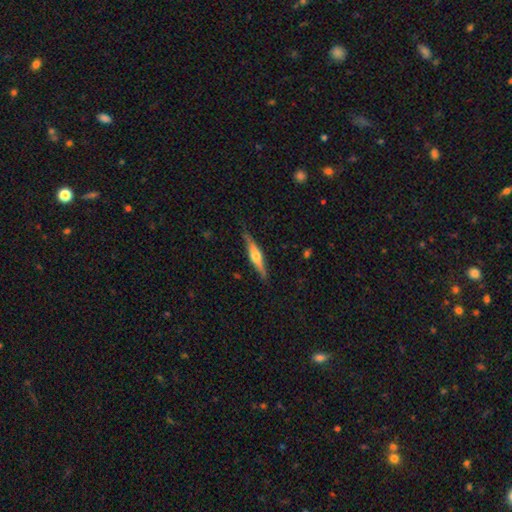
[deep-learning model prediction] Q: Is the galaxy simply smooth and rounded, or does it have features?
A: featured or disk — 64%.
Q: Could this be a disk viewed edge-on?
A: yes — 96%.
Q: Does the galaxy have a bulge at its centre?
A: rounded — 88%.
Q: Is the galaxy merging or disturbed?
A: none — 83%.